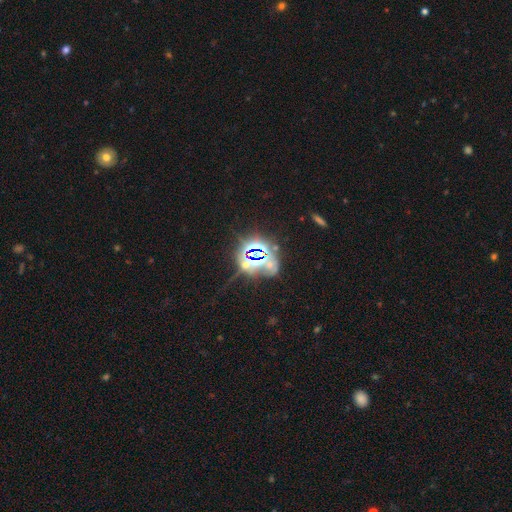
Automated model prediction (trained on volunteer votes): Smooth or featured? star or artifact (75%)